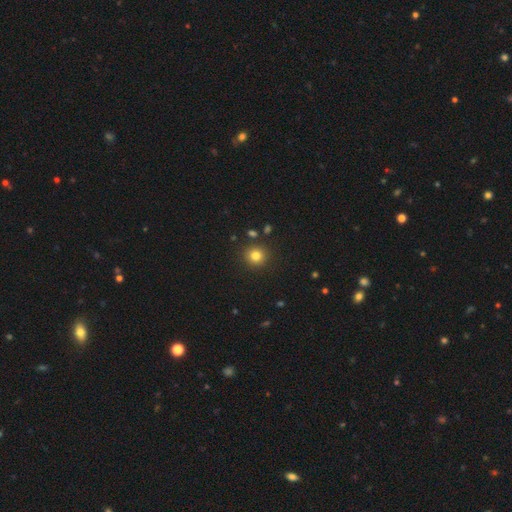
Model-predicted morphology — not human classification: smooth_or_featured: smooth (p=0.81) [alt: star or artifact p=0.13]
how_rounded: round (p=0.93) [alt: in between p=0.07]
merging: none (p=0.88) [alt: minor disturbance p=0.06]